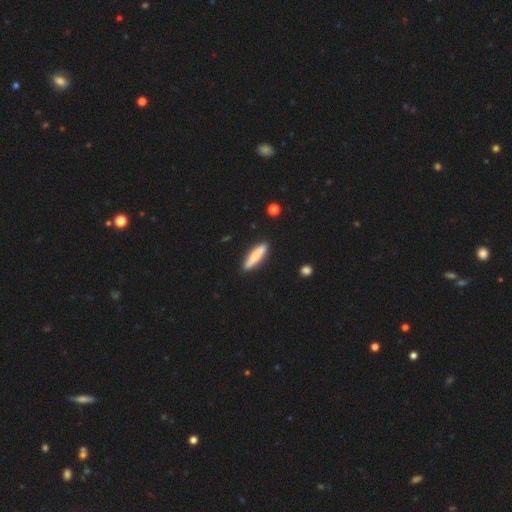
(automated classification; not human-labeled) A smooth galaxy with no disk features (71%) that is cigar-shaped (81%). Merging: none (89%).